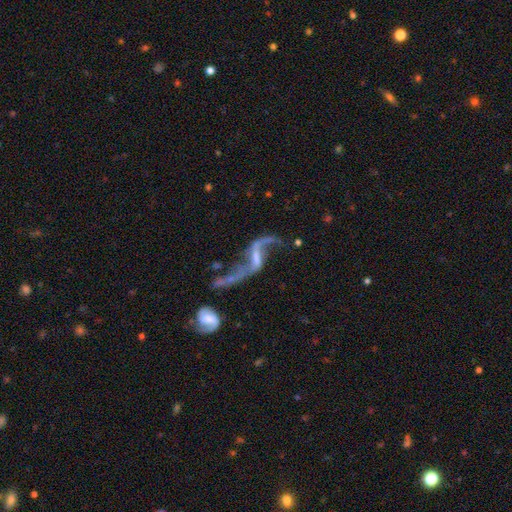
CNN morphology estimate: Q: Smooth or featured?
A: featured or disk (87%); runner-up: star or artifact (8%)
Q: Edge-on disk?
A: no (92%); runner-up: yes (8%)
Q: Bar?
A: weak (44%); runner-up: no (32%)
Q: Spiral arms?
A: yes (93%); runner-up: no (7%)
Q: Spiral winding?
A: loose (93%); runner-up: medium (5%)
Q: Spiral arm count?
A: 2 (91%); runner-up: 1 (3%)
Q: Bulge size?
A: small (53%); runner-up: none (23%)
Q: Merging?
A: none (48%); runner-up: major disturbance (17%)